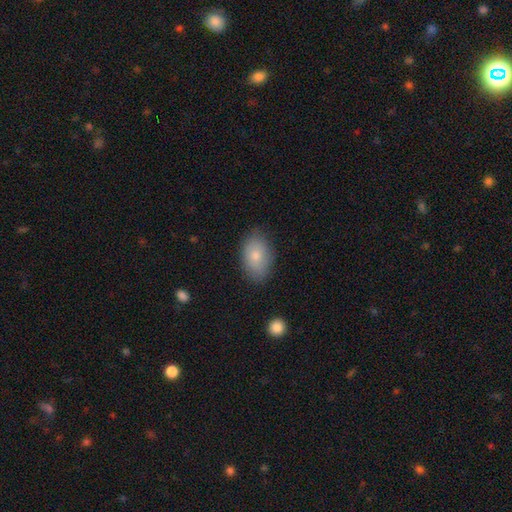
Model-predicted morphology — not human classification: A smooth galaxy with no disk features (80%) that is in between round and cigar-shaped (89%).

Vote fractions:
- Smooth or featured? smooth: 80% / featured or disk: 13% / star or artifact: 7%
- How rounded? in between: 89% / round: 10% / cigar-shaped: 1%
- Merging? none: 80% / minor disturbance: 15% / major disturbance: 4% / merger: 1%